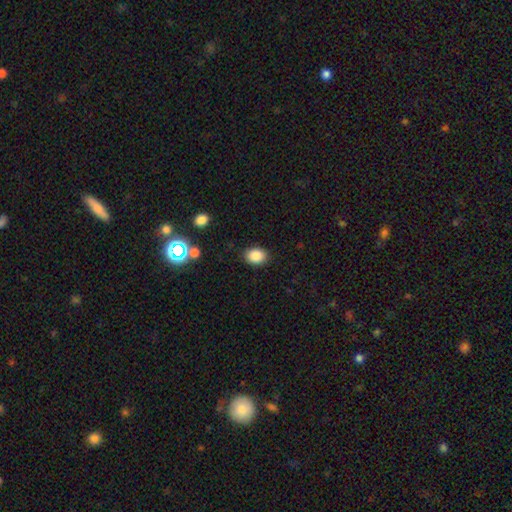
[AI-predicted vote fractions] A smooth galaxy with no disk features (85%) that is in between round and cigar-shaped (65%). Merging: none (87%).